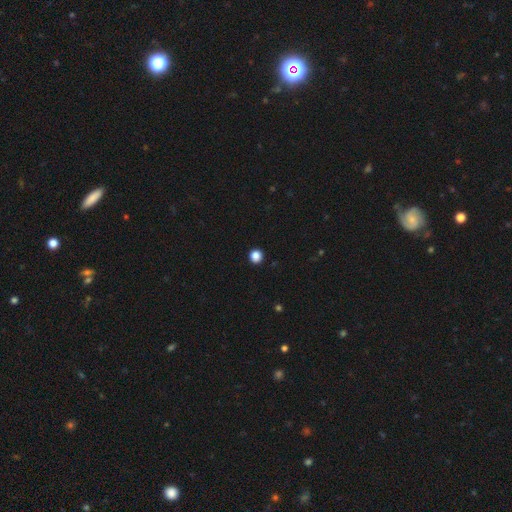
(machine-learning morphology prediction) This is clearly a smooth galaxy (86%). How rounded: clearly round (94%). Merging: clearly none (94%).